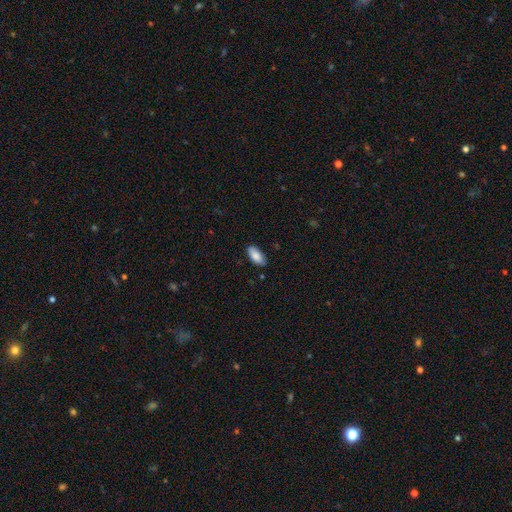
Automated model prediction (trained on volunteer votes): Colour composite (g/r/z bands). It shows a smooth galaxy with no disk features (87%) that is in between round and cigar-shaped (89%). Merging: none (86%).